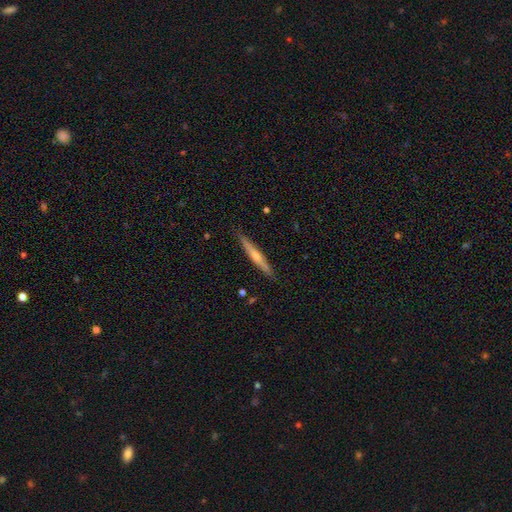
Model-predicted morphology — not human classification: featured or disk 68%, smooth 26%, star or artifact 6%. Down the decision tree: edge-on disk — yes (97%); edge-on bulge — rounded (82%); merging — none (91%).